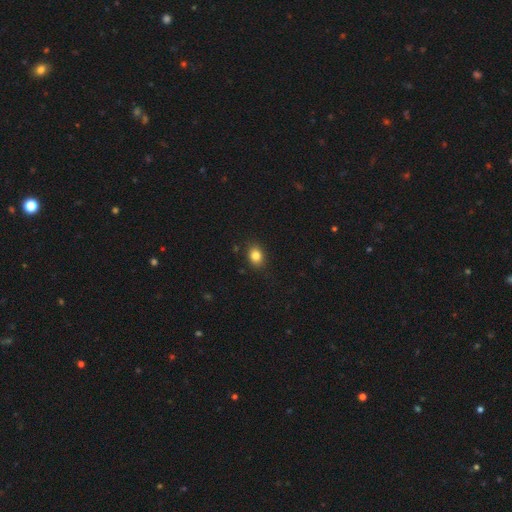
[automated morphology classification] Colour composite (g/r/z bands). It shows a smooth galaxy with no disk features (83%) that is in between round and cigar-shaped (54%). Merging: none (86%).